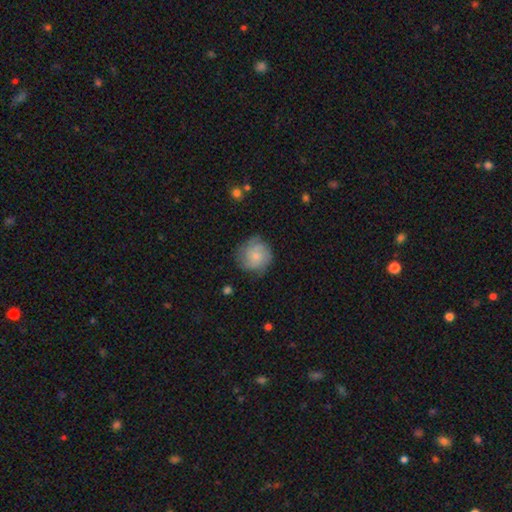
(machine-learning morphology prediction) Smooth or featured?
  - smooth: 56% *
  - featured or disk: 36%
  - star or artifact: 8%
How rounded?
  - round: 88% *
  - in between: 11%
  - cigar-shaped: 1%
Merging?
  - none: 70% *
  - minor disturbance: 22%
  - major disturbance: 7%
  - merger: 1%